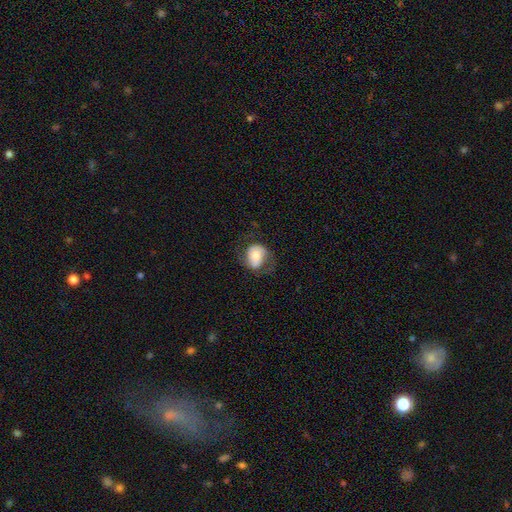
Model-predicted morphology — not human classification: A smooth galaxy with no disk features (54%) that is in between round and cigar-shaped (52%).

Vote fractions:
- Smooth or featured? smooth: 54% / featured or disk: 38% / star or artifact: 8%
- How rounded? in between: 52% / round: 47% / cigar-shaped: 1%
- Merging? none: 61% / minor disturbance: 22% / major disturbance: 16% / merger: 1%